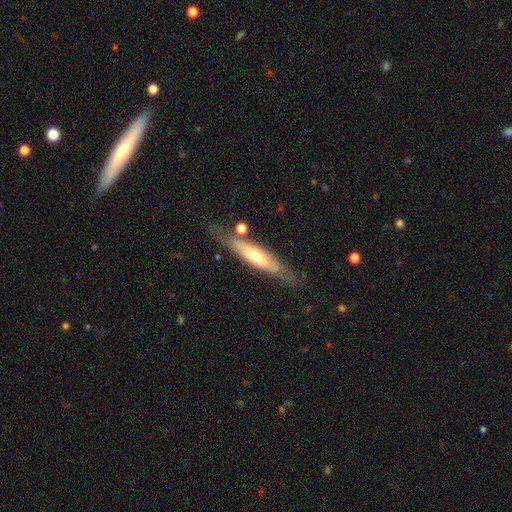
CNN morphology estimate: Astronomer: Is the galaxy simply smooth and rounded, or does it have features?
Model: featured or disk — 53% (runner-up: smooth, 41%).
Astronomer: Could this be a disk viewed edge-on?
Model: yes — 73%.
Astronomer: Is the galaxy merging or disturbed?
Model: none — 72%.